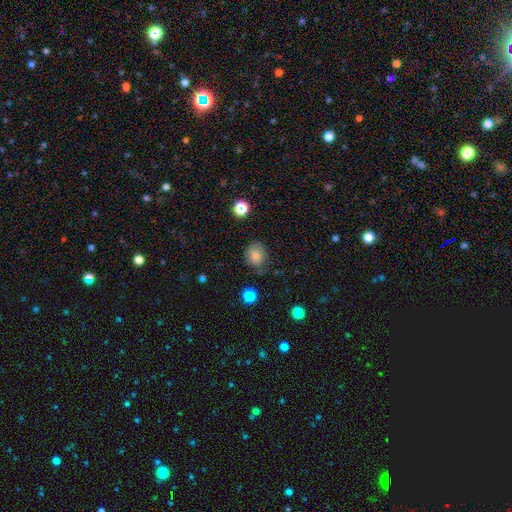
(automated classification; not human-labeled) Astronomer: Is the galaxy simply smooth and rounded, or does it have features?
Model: smooth — 81%.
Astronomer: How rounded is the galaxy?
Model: round — 66%.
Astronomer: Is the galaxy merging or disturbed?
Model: none — 70%.